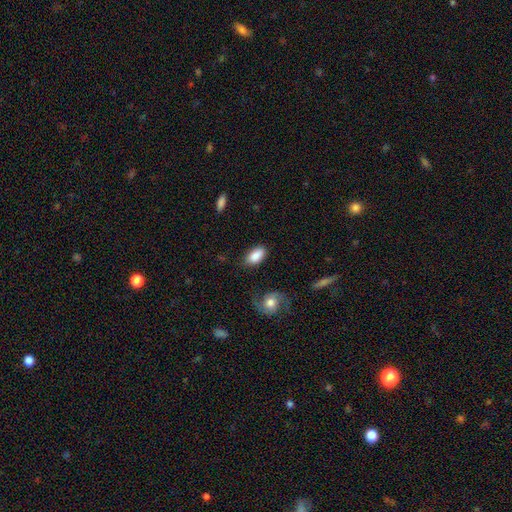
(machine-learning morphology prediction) This appears to be a smooth galaxy with no disk features (86%) that is in between round and cigar-shaped (92%). Merging: none (79%).